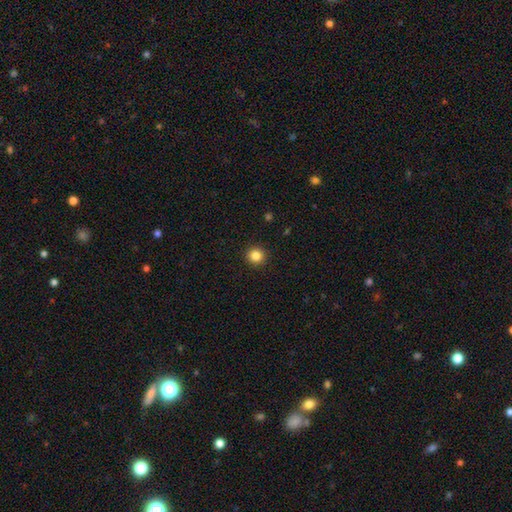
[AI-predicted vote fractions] Smooth or featured: smooth — 84% (star or artifact — 11%)
How rounded: round — 94% (in between — 5%)
Merging: none — 93% (minor disturbance — 5%)